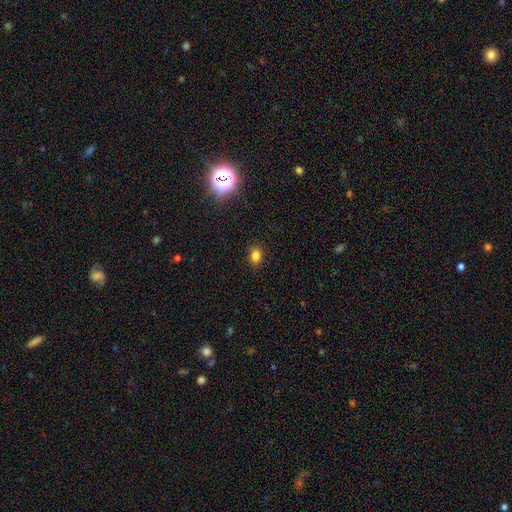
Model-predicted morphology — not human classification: smooth-or-featured: smooth: 79% | star or artifact: 16% | featured or disk: 5%
  how-rounded: in between: 60% | round: 39% | cigar-shaped: 1%
  merging: none: 86% | minor disturbance: 10% | major disturbance: 3% | merger: 1%